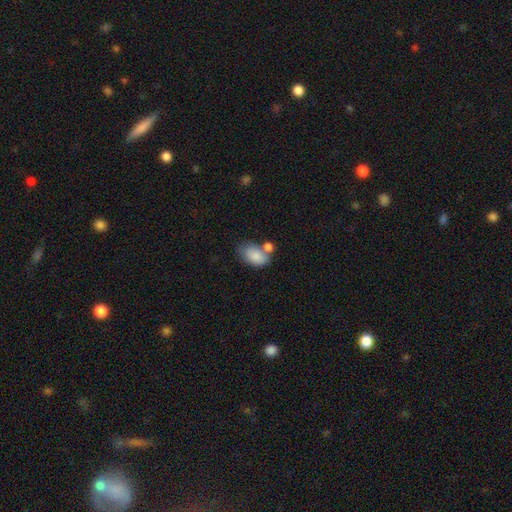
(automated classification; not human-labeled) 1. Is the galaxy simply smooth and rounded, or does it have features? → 85% smooth, 8% featured or disk, 7% star or artifact.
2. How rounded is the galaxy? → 91% in between, 8% round, 1% cigar-shaped.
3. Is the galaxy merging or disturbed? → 45% none, 30% merger, 18% minor disturbance, 6% major disturbance.